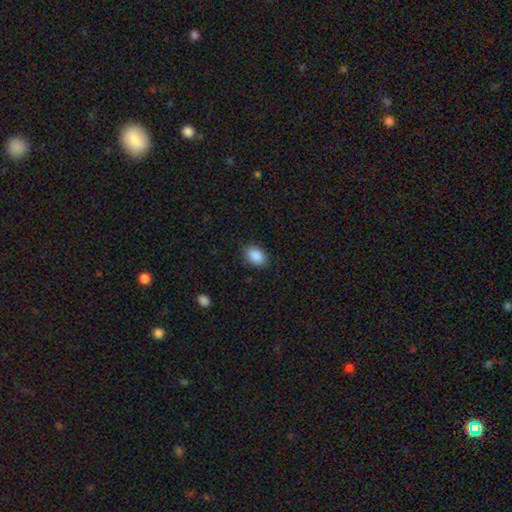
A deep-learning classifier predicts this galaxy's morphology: Q: Smooth or featured?
A: smooth (89%); runner-up: star or artifact (7%)
Q: How rounded?
A: in between (82%); runner-up: round (17%)
Q: Merging?
A: none (85%); runner-up: minor disturbance (11%)